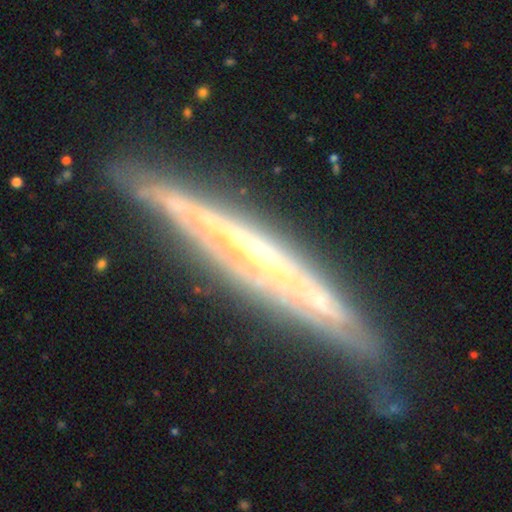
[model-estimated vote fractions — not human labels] Morphology: type=featured or disk (83%); edge-on=yes (90%); edge-on bulge=none (65%); merging=none (78%).